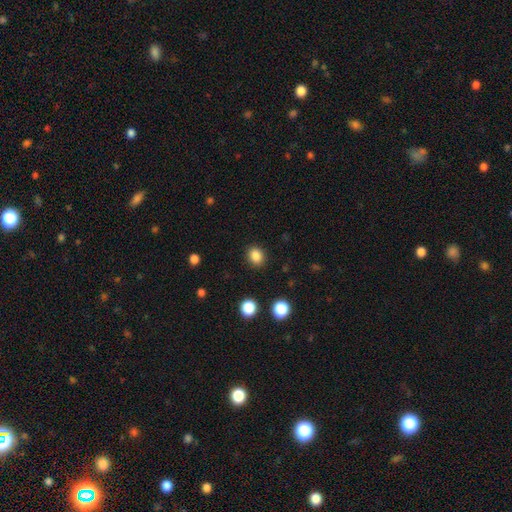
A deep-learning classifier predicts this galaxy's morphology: smooth_or_featured: smooth (p=0.85) [alt: star or artifact p=0.11]
how_rounded: round (p=0.65) [alt: in between p=0.35]
merging: none (p=0.89) [alt: minor disturbance p=0.07]